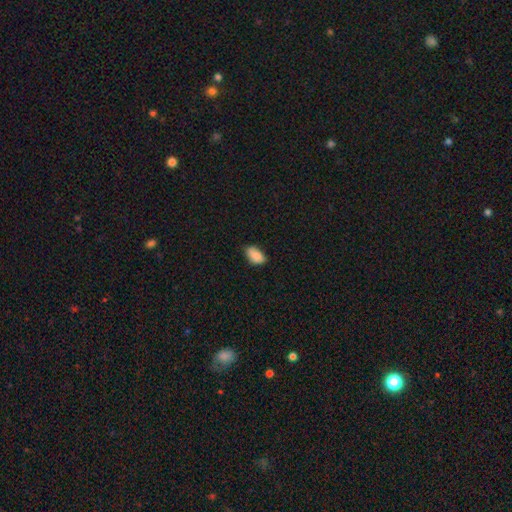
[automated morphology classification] A smooth galaxy with no disk features (86%) that is in between round and cigar-shaped (92%).

Vote fractions:
- Smooth or featured? smooth: 86% / star or artifact: 8% / featured or disk: 5%
- How rounded? in between: 92% / round: 6% / cigar-shaped: 2%
- Merging? none: 63% / minor disturbance: 30% / major disturbance: 5% / merger: 2%